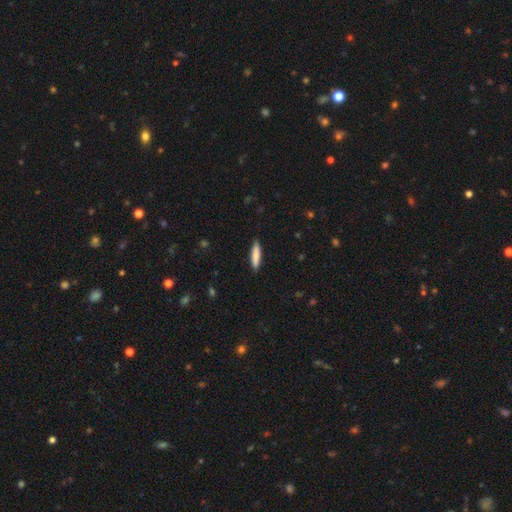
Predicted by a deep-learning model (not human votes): Smooth or featured? Predicted: smooth (p=0.81). How rounded? Predicted: cigar-shaped (p=0.84). Merging? Predicted: none (p=0.89).